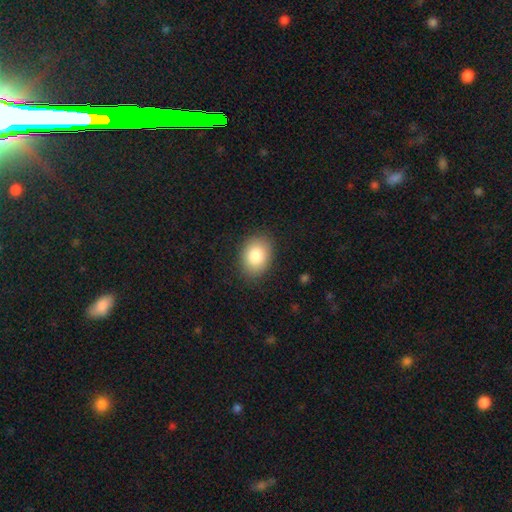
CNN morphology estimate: smooth_or_featured: smooth (p=0.84) [alt: featured or disk p=0.08]
how_rounded: in between (p=0.69) [alt: round p=0.30]
merging: none (p=0.86) [alt: minor disturbance p=0.10]